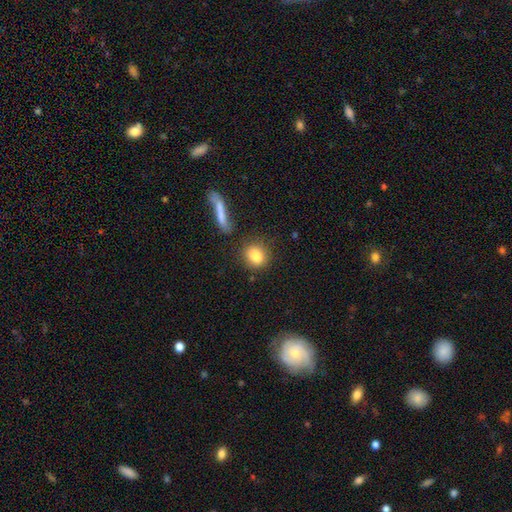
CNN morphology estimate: Smooth or featured? smooth (84%)
How rounded? round (59%)
Merging? none (75%)